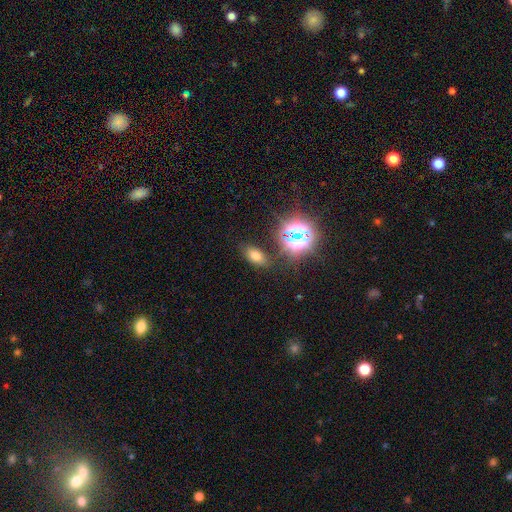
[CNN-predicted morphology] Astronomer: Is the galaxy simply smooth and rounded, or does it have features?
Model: smooth — 64%.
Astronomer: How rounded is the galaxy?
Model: in between — 83%.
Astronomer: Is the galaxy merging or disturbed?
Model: none — 79%.